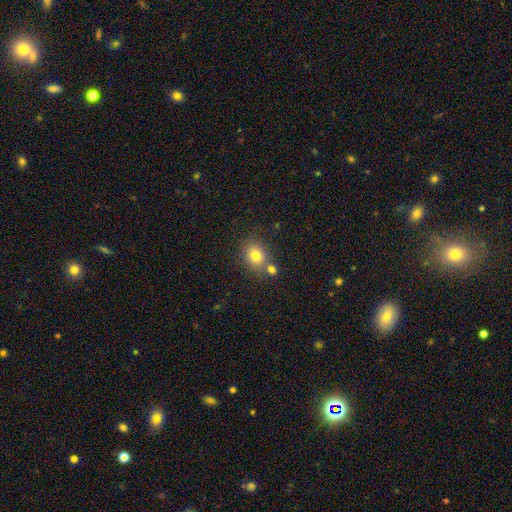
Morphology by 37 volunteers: Volunteers were most divided on "how rounded": in between: 56%, round: 44%, cigar-shaped: 0%. More confident: smooth or featured — smooth (92%); merging — none (56%).